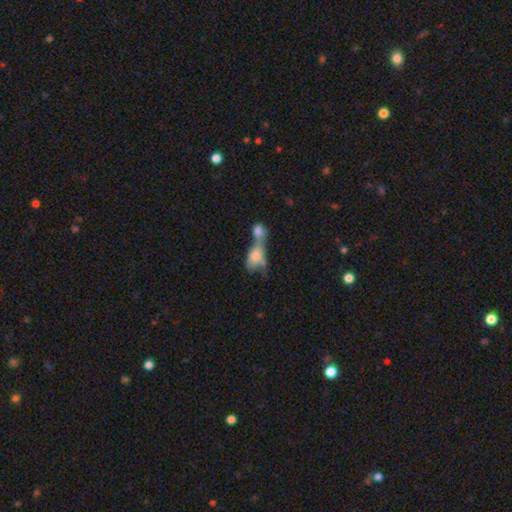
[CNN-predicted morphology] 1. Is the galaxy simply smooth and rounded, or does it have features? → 66% smooth, 25% featured or disk, 10% star or artifact.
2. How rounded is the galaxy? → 71% in between, 21% round, 7% cigar-shaped.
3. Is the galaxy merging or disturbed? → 74% merger, 11% none, 9% major disturbance, 6% minor disturbance.